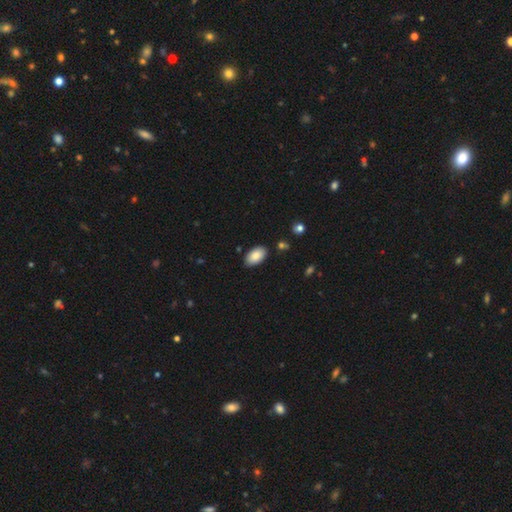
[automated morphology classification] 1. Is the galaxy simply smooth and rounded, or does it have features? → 86% smooth, 8% featured or disk, 7% star or artifact.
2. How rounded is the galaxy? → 95% in between, 4% round, 1% cigar-shaped.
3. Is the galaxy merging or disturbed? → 85% none, 10% minor disturbance, 2% merger, 2% major disturbance.